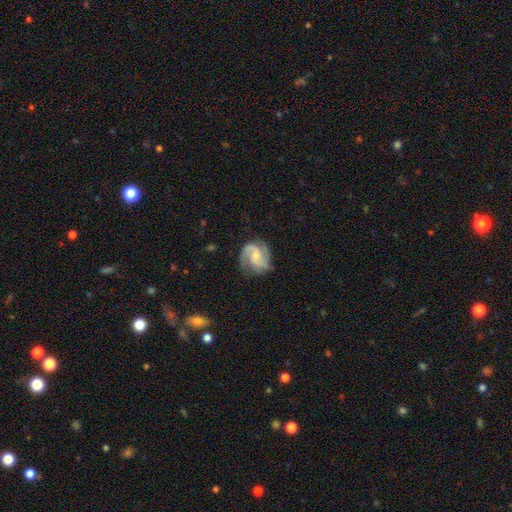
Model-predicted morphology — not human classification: The model was most divided on "bar": no: 48%, weak: 43%, strong: 10%. Remaining: edge-on disk — no (98%); spiral arms — yes (97%); smooth or featured — featured or disk (85%); spiral arm count — 2 (80%); merging — none (73%); spiral winding — medium (53%); bulge size — small (50%).